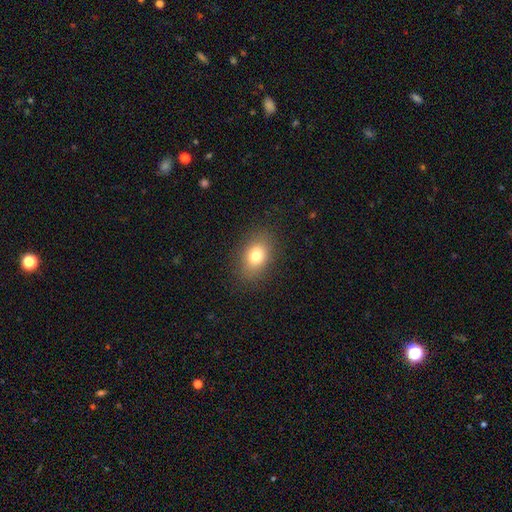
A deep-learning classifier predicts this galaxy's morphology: smooth_or_featured: smooth (p=0.78) [alt: featured or disk p=0.11]
how_rounded: in between (p=0.74) [alt: round p=0.24]
merging: none (p=0.86) [alt: minor disturbance p=0.10]